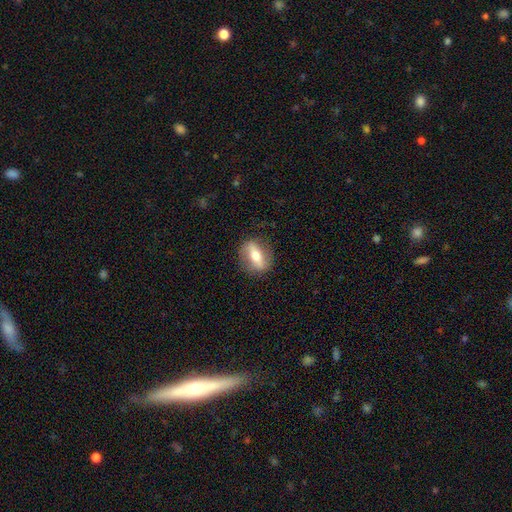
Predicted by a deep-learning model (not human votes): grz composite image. It shows a featured or disk galaxy (51%). Merging: none (84%).